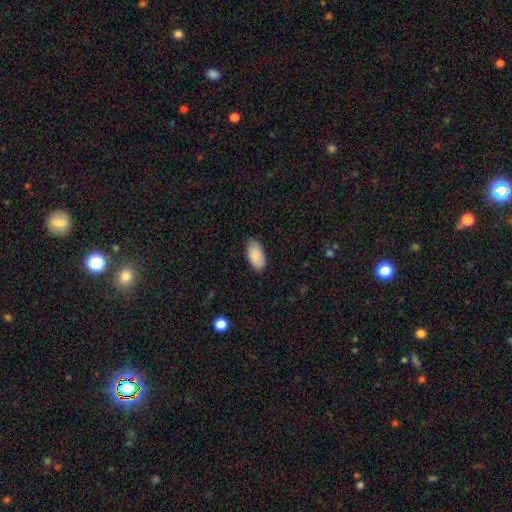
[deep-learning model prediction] smooth-or-featured: smooth: 87% | featured or disk: 7% | star or artifact: 6%
  how-rounded: in between: 94% | cigar-shaped: 4% | round: 2%
  merging: none: 84% | minor disturbance: 13% | major disturbance: 2% | merger: 1%